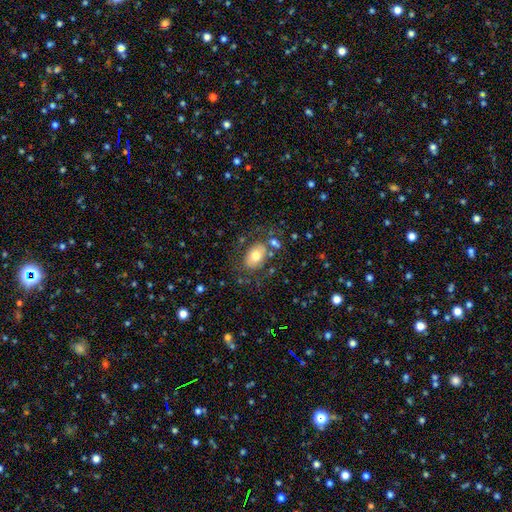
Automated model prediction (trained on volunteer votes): Smooth or featured?
  - smooth: 72% *
  - featured or disk: 20%
  - star or artifact: 8%
How rounded?
  - in between: 81% *
  - round: 18%
  - cigar-shaped: 1%
Merging?
  - none: 68% *
  - minor disturbance: 16%
  - merger: 8%
  - major disturbance: 8%